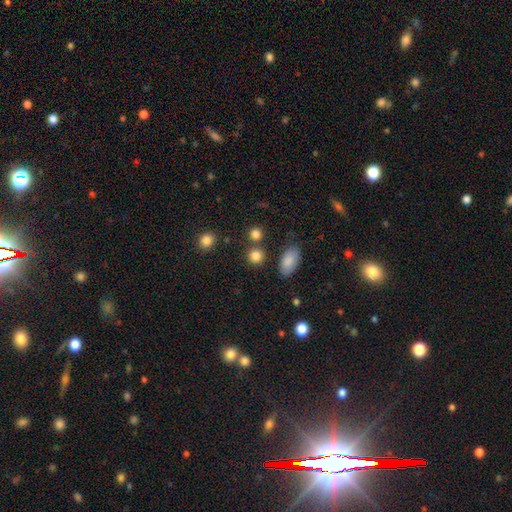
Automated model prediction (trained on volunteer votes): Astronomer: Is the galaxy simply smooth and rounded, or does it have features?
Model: smooth — 84%.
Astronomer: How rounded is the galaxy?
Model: round — 85%.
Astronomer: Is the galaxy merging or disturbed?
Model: none — 75%.